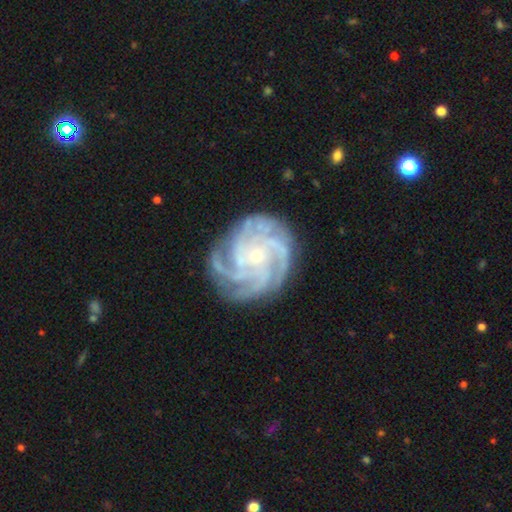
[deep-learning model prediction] This is clearly a featured or disk galaxy (91%). It is clearly not viewed edge-on (98%). Bar: likely no (72%). Spiral arm pattern: clearly yes (98%). Spiral arm count: marginally 4 (40%). Spiral winding: likely tight (66%). Central bulge: likely small (79%). Merging: likely none (79%).